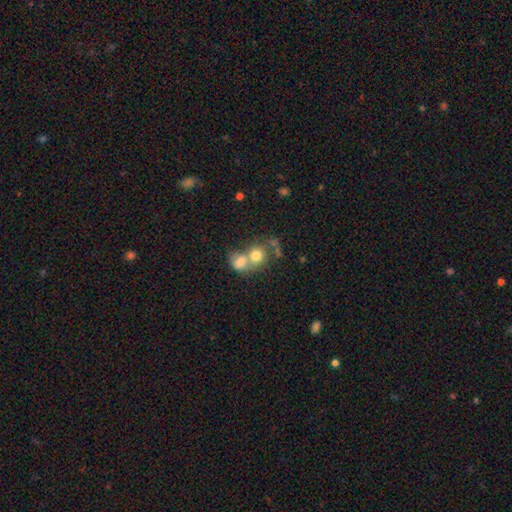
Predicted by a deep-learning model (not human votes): This is likely a smooth galaxy (73%). How rounded: likely round (74%). Merging: likely merger (62%).